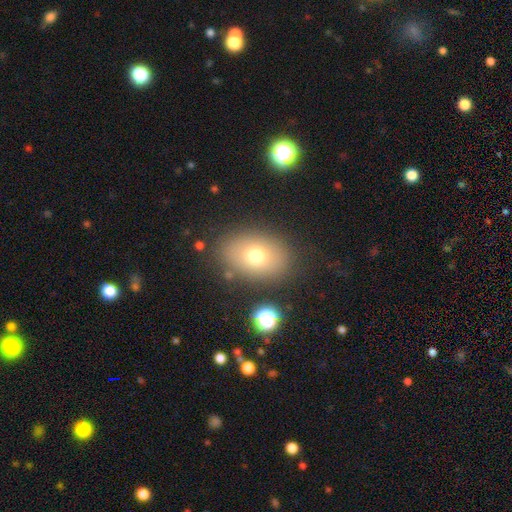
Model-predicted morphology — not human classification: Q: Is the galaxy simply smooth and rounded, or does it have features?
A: smooth — 71%.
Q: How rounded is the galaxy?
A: in between — 77%.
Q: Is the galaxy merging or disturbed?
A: none — 82%.